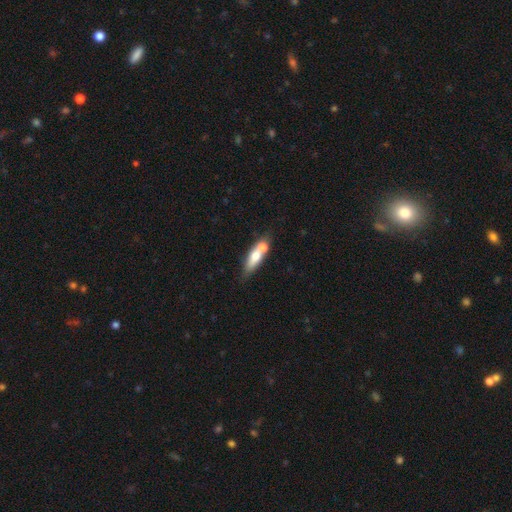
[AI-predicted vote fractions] Q: Smooth or featured?
A: smooth (59%); runner-up: featured or disk (34%)
Q: How rounded?
A: cigar-shaped (48%); runner-up: in between (47%)
Q: Merging?
A: merger (42%); runner-up: none (41%)